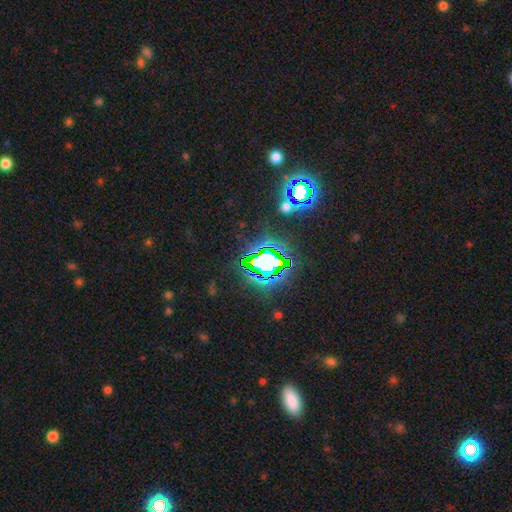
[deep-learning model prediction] Smooth or featured: star or artifact — 82% (smooth — 11%)